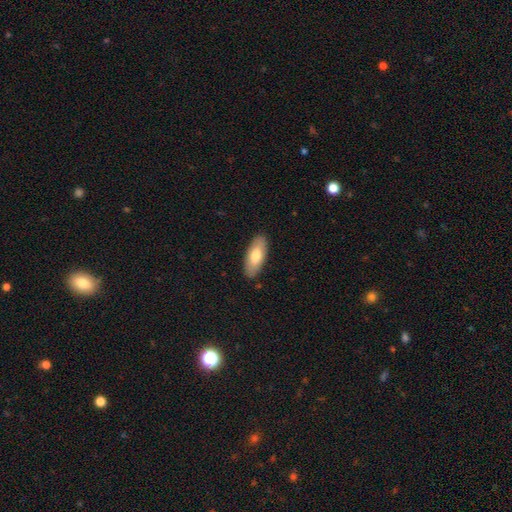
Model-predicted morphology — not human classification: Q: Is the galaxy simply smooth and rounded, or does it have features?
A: smooth — 72%.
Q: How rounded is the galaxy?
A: in between — 83%.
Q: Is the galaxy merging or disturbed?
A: none — 88%.